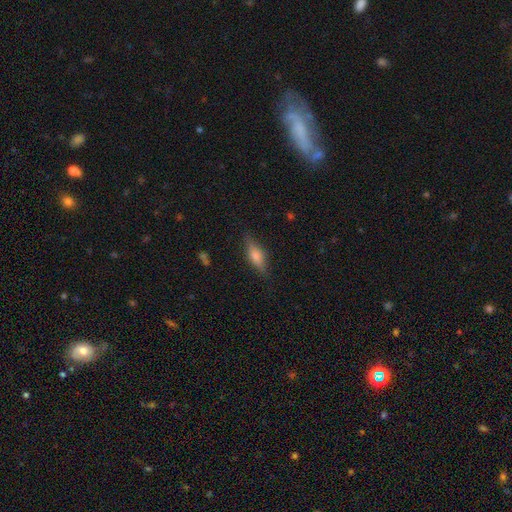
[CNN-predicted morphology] A smooth galaxy with no disk features (51%) that is in between round and cigar-shaped (50%).

Vote fractions:
- Smooth or featured? smooth: 51% / featured or disk: 41% / star or artifact: 9%
- How rounded? in between: 50% / cigar-shaped: 46% / round: 4%
- Merging? none: 83% / minor disturbance: 13% / major disturbance: 3% / merger: 1%